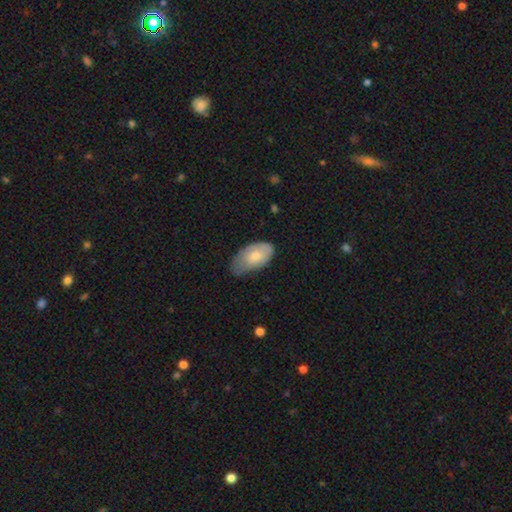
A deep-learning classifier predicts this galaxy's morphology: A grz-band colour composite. It shows a smooth galaxy with no disk features (73%) that is in between round and cigar-shaped (94%). Merging: minor disturbance (48%).